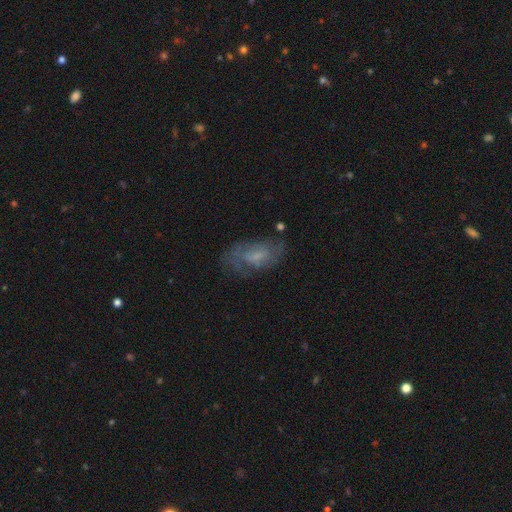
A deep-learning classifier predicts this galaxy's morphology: Q: Smooth or featured?
A: featured or disk (62%); runner-up: smooth (28%)
Q: Edge-on disk?
A: no (94%); runner-up: yes (6%)
Q: Bar?
A: weak (47%); runner-up: no (43%)
Q: Spiral arms?
A: yes (78%); runner-up: no (22%)
Q: Bulge size?
A: small (44%); runner-up: moderate (27%)
Q: Merging?
A: none (61%); runner-up: minor disturbance (21%)